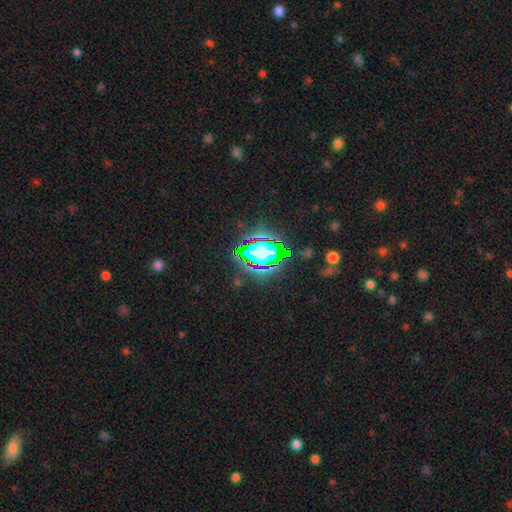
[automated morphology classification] A star or artifact, not a galaxy (77%).

Vote fractions:
- Smooth or featured? star or artifact: 77% / smooth: 14% / featured or disk: 9%